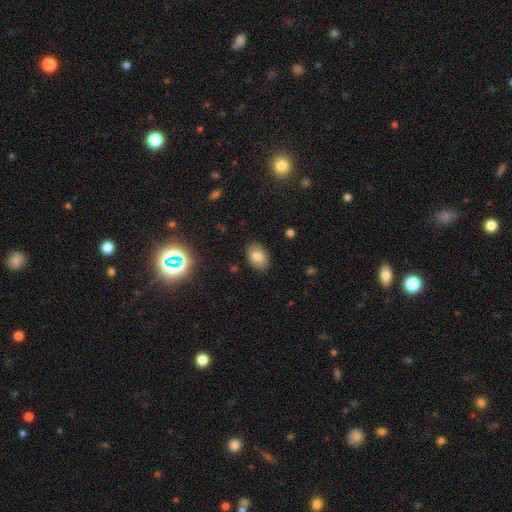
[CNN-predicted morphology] This appears to be a smooth galaxy with no disk features (80%) that is in between round and cigar-shaped (87%). Merging: none (86%).